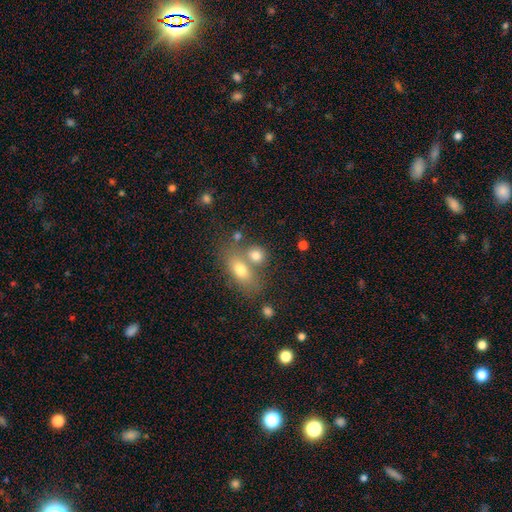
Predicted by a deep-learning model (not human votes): This is likely a smooth galaxy (76%). How rounded: possibly in between (52%). Merging: marginally merger (45%).